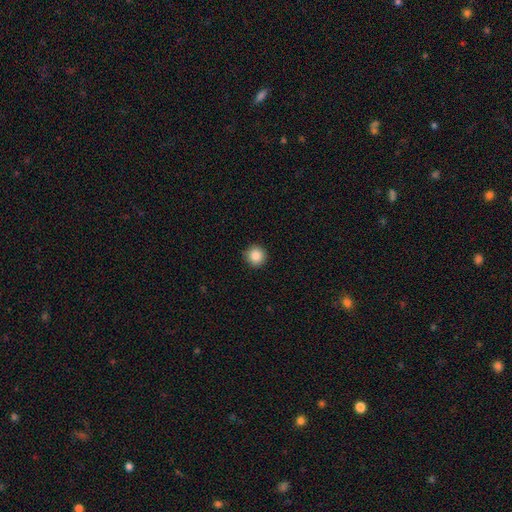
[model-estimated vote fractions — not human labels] smooth-or-featured: smooth: 86% | star or artifact: 9% | featured or disk: 4%
  how-rounded: round: 96% | in between: 3% | cigar-shaped: 1%
  merging: none: 92% | minor disturbance: 5% | major disturbance: 2% | merger: 1%